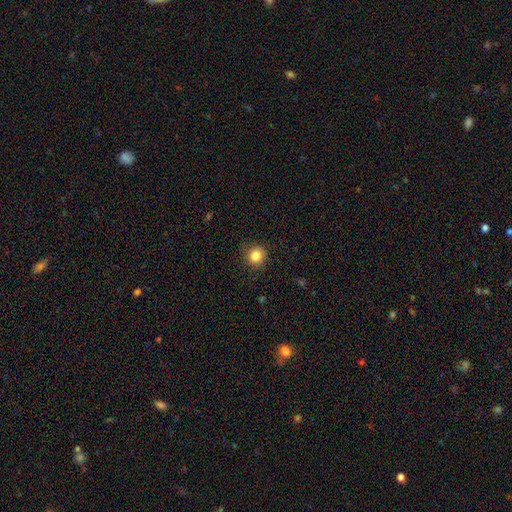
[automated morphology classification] A smooth galaxy with no disk features (84%) that is round (89%).

Vote fractions:
- Smooth or featured? smooth: 84% / star or artifact: 11% / featured or disk: 5%
- How rounded? round: 89% / in between: 10% / cigar-shaped: 1%
- Merging? none: 87% / minor disturbance: 9% / major disturbance: 3% / merger: 1%